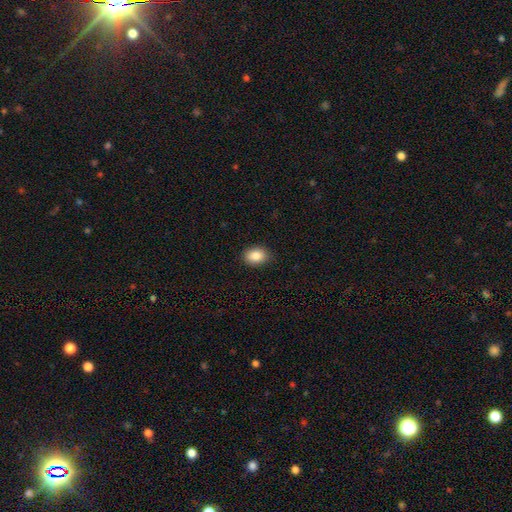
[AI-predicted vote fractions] Smooth or featured? Predicted: smooth (p=0.86). How rounded? Predicted: in between (p=0.68). Merging? Predicted: none (p=0.88).